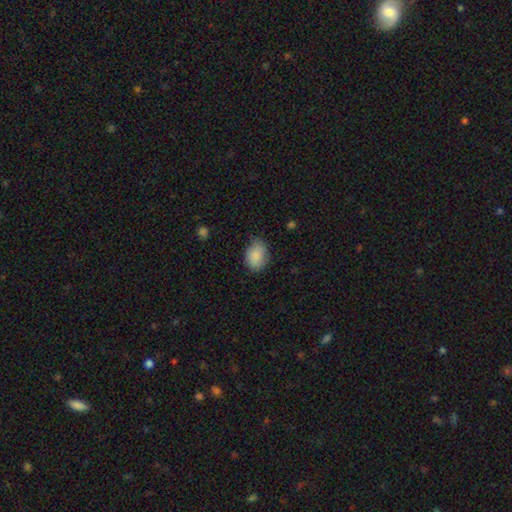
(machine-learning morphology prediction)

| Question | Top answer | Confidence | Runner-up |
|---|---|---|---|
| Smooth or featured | smooth | 86% | featured or disk (7%) |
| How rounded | in between | 78% | round (21%) |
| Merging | none | 66% | minor disturbance (27%) |